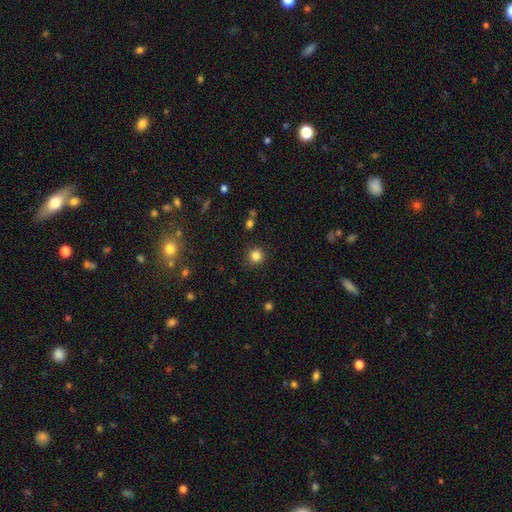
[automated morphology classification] A smooth galaxy with no disk features (83%) that is round (93%).

Vote fractions:
- Smooth or featured? smooth: 83% / star or artifact: 12% / featured or disk: 4%
- How rounded? round: 93% / in between: 6% / cigar-shaped: 1%
- Merging? none: 89% / minor disturbance: 7% / major disturbance: 2% / merger: 2%